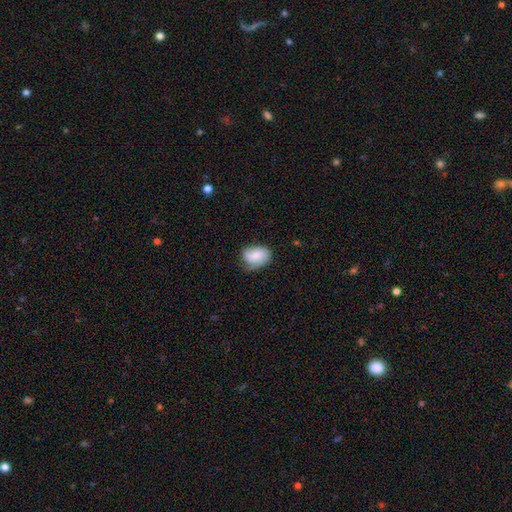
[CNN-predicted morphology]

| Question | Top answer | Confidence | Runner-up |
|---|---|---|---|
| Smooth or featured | smooth | 52% | featured or disk (41%) |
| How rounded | in between | 70% | round (29%) |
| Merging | none | 57% | minor disturbance (32%) |